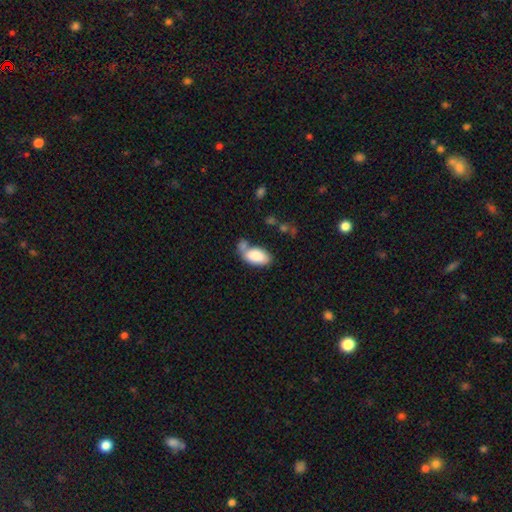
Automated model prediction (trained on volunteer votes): smooth_or_featured: smooth (p=0.85) [alt: featured or disk p=0.08]
how_rounded: in between (p=0.94) [alt: cigar-shaped p=0.03]
merging: none (p=0.45) [alt: merger p=0.27]